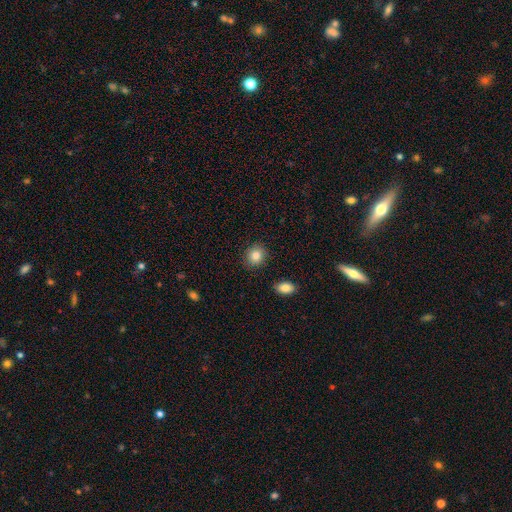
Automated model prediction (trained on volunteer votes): Smooth or featured? Predicted: smooth (p=0.84). How rounded? Predicted: round (p=0.78). Merging? Predicted: none (p=0.89).